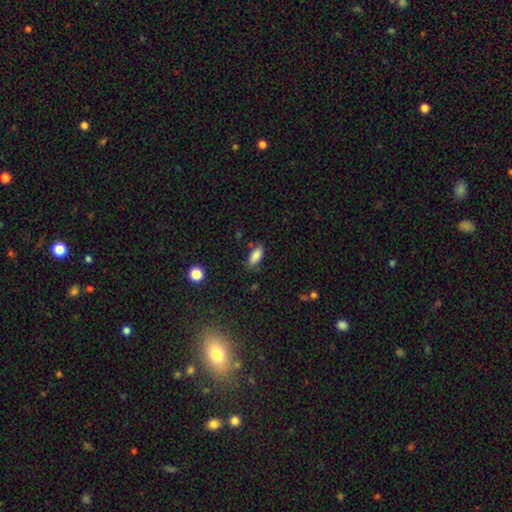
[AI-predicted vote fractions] Q: Smooth or featured?
A: smooth (86%); runner-up: star or artifact (8%)
Q: How rounded?
A: in between (85%); runner-up: cigar-shaped (12%)
Q: Merging?
A: none (78%); runner-up: minor disturbance (16%)